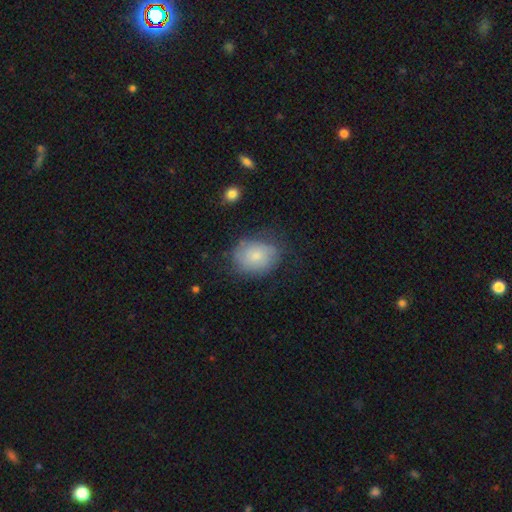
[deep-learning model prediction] Smooth or featured: smooth — 61% (featured or disk — 31%)
How rounded: in between — 57% (round — 42%)
Merging: none — 67% (minor disturbance — 23%)